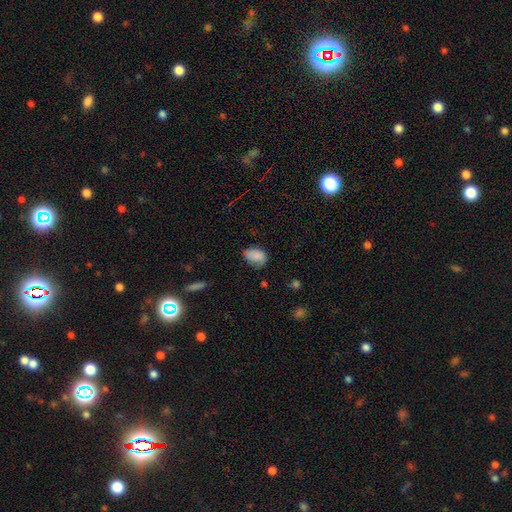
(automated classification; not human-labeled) Smooth or featured?
  - smooth: 84% *
  - star or artifact: 8%
  - featured or disk: 8%
How rounded?
  - in between: 85% *
  - round: 14%
  - cigar-shaped: 1%
Merging?
  - none: 60% *
  - minor disturbance: 31%
  - major disturbance: 7%
  - merger: 2%